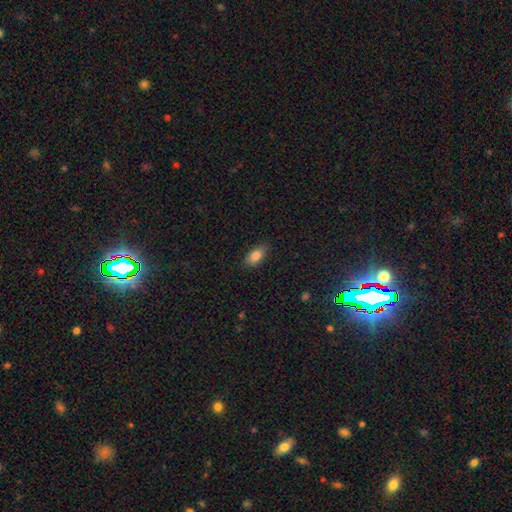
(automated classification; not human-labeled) smooth_or_featured: smooth (p=0.84) [alt: star or artifact p=0.08]
how_rounded: in between (p=0.89) [alt: cigar-shaped p=0.06]
merging: none (p=0.85) [alt: minor disturbance p=0.11]